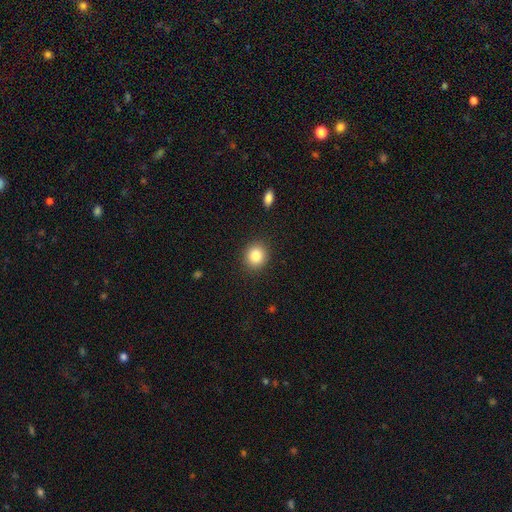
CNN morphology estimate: Overall: smooth (84%). How rounded: round (80%). Merging: none (90%).